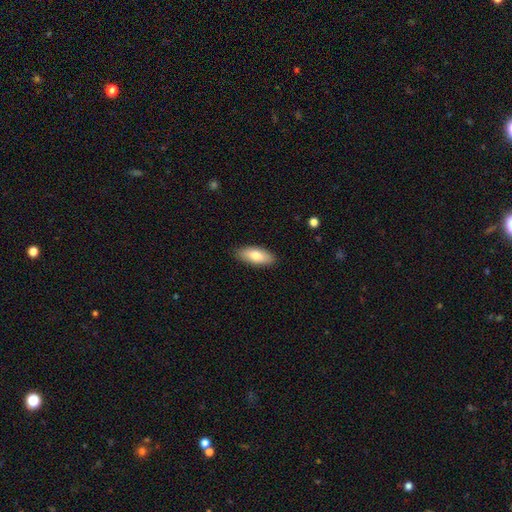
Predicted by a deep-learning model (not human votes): Overall: smooth (77%). How rounded: in between (81%). Merging: none (88%).